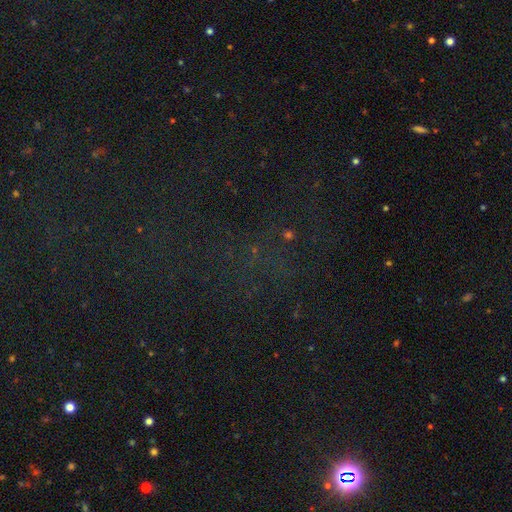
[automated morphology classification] smooth_or_featured: star or artifact (p=0.74) [alt: smooth p=0.16]